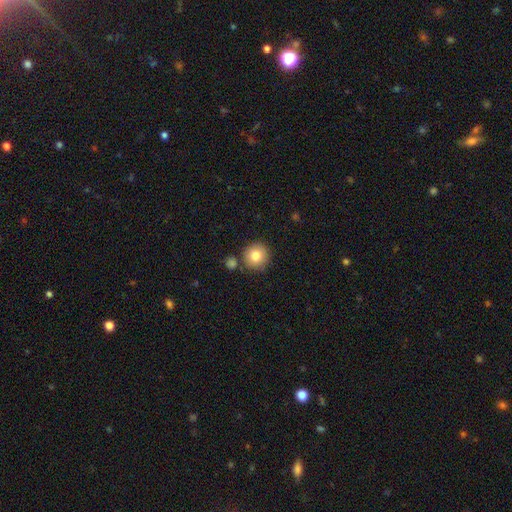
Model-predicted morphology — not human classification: Smooth or featured?
  - smooth: 81% *
  - star or artifact: 10%
  - featured or disk: 10%
How rounded?
  - round: 94% *
  - in between: 5%
  - cigar-shaped: 1%
Merging?
  - none: 82% *
  - minor disturbance: 9%
  - merger: 7%
  - major disturbance: 2%